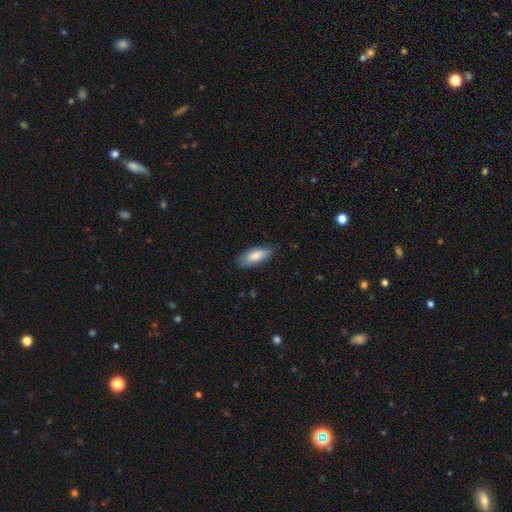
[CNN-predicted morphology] smooth 82%, featured or disk 12%, star or artifact 6%. Down the decision tree: how rounded — in between (79%); merging — none (75%).